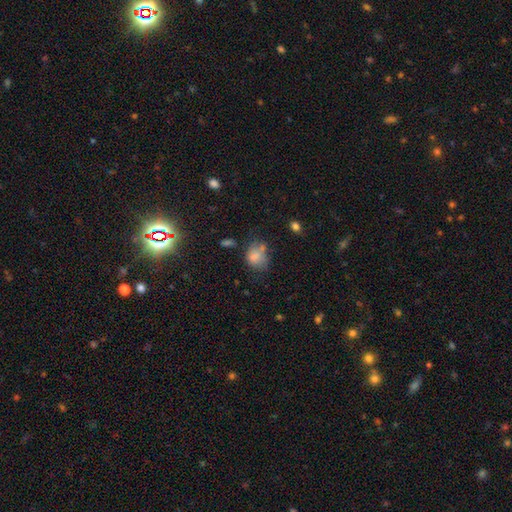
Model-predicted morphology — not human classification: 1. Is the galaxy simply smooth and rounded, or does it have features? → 76% smooth, 12% featured or disk, 12% star or artifact.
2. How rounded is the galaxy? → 50% round, 49% in between, 1% cigar-shaped.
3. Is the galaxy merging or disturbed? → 45% none, 26% minor disturbance, 16% merger, 13% major disturbance.